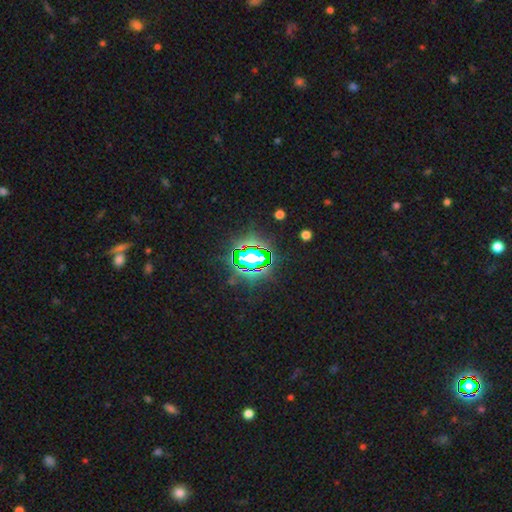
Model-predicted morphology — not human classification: smooth-or-featured: star or artifact: 79% | smooth: 12% | featured or disk: 9%